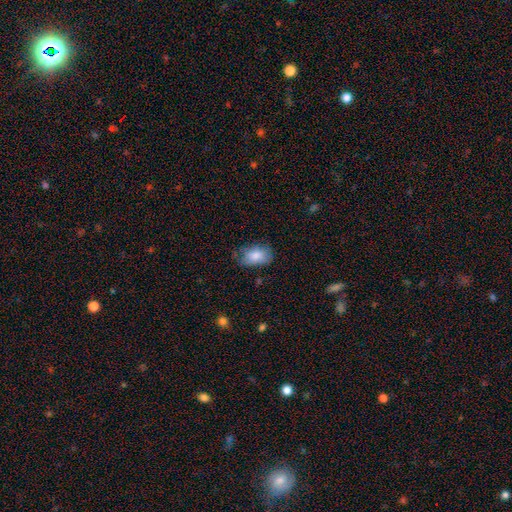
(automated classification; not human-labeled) Morphology: type=smooth (82%); roundness=in between (88%); merging=none (61%).